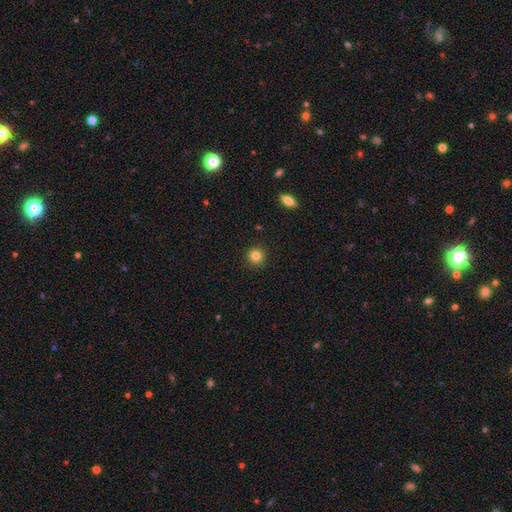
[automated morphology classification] This is clearly a smooth galaxy (83%). How rounded: clearly round (94%). Merging: clearly none (91%).